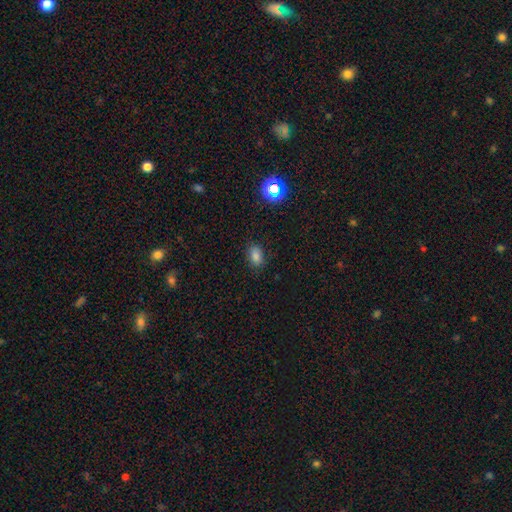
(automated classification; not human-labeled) Morphology: type=smooth (80%); roundness=in between (82%); merging=none (83%).